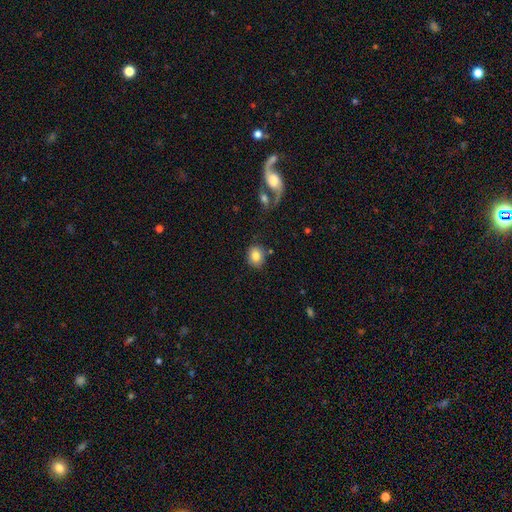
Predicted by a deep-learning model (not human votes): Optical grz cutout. It shows a smooth galaxy with no disk features (81%) that is round (72%). Merging: none (80%).